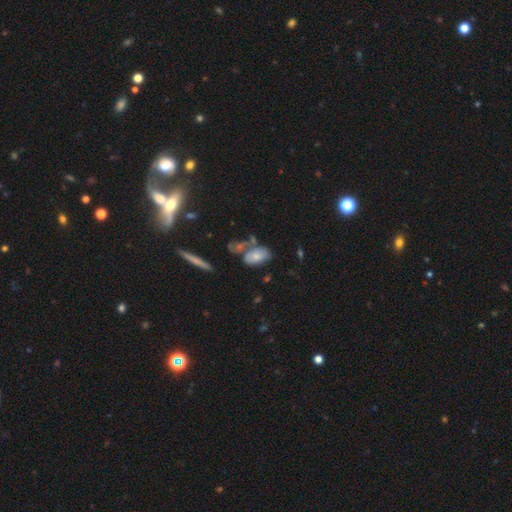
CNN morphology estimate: Smooth or featured? Predicted: smooth (p=0.62). How rounded? Predicted: in between (p=0.90). Merging? Predicted: none (p=0.40).